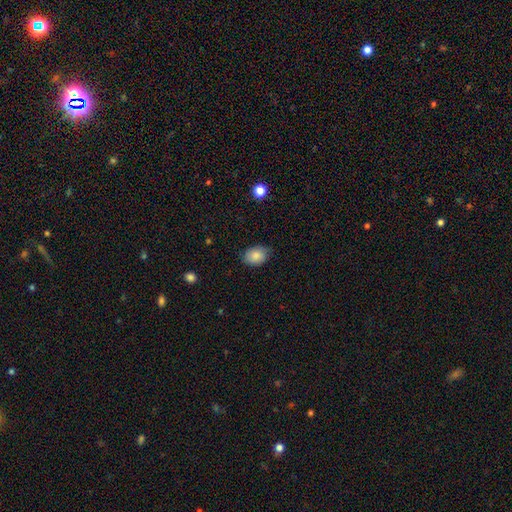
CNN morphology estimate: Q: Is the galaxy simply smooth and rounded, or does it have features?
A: smooth — 85%.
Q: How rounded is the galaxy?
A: in between — 76%.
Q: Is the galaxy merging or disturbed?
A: none — 77%.